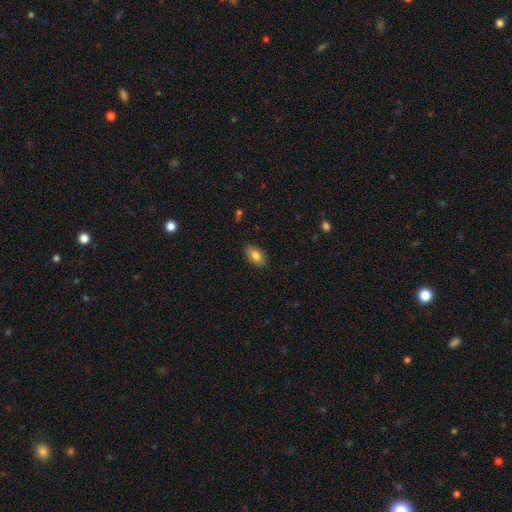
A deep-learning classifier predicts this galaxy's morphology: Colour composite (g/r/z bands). It shows a smooth galaxy with no disk features (82%) that is in between round and cigar-shaped (92%). Merging: none (87%).